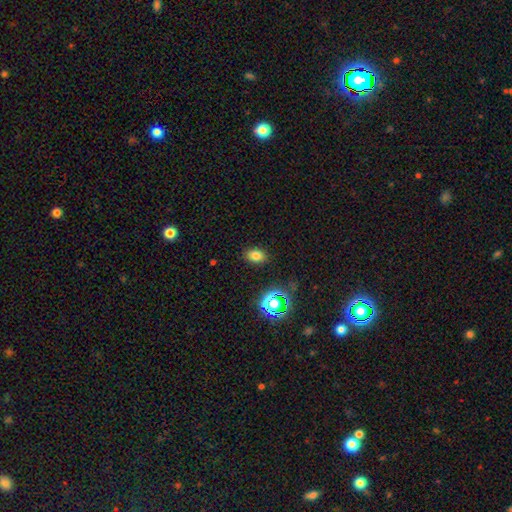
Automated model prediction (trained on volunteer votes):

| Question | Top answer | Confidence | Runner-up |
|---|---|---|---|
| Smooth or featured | smooth | 76% | star or artifact (16%) |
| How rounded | in between | 79% | round (20%) |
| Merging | none | 87% | minor disturbance (9%) |